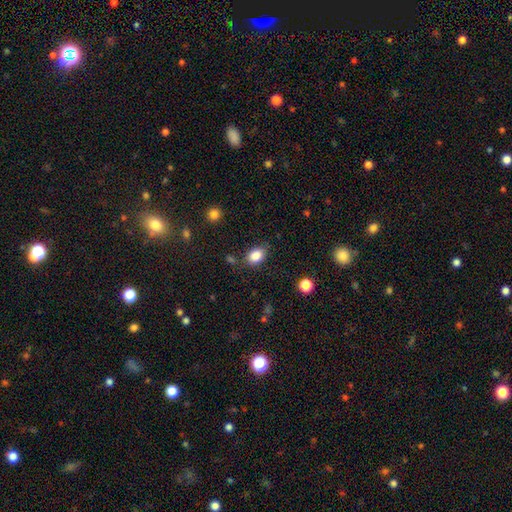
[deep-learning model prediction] Q: Smooth or featured?
A: smooth (86%); runner-up: star or artifact (9%)
Q: How rounded?
A: in between (75%); runner-up: round (23%)
Q: Merging?
A: none (77%); runner-up: minor disturbance (16%)